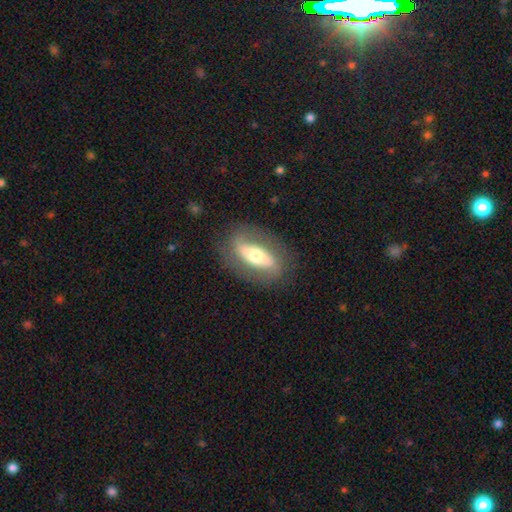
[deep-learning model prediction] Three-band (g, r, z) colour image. It shows a featured or disk galaxy (60%). Merging: none (79%).